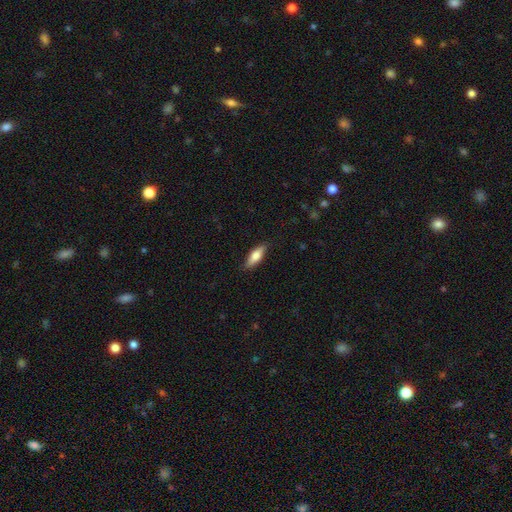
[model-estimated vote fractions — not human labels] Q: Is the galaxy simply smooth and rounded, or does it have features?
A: smooth — 63%.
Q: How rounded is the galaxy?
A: in between — 54%.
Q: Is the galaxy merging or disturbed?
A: none — 83%.